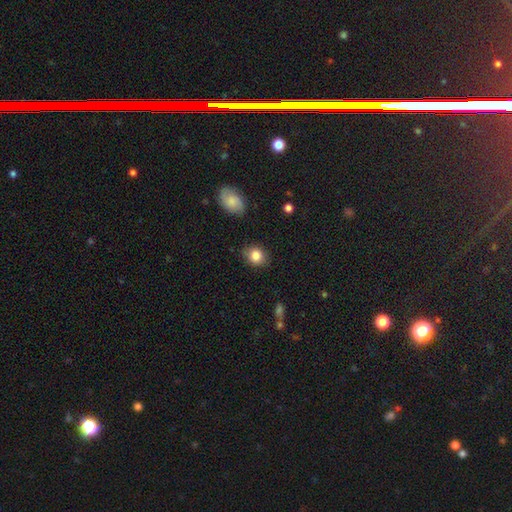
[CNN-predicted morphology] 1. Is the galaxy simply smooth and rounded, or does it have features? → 84% smooth, 9% star or artifact, 7% featured or disk.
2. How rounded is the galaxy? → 62% round, 36% in between, 1% cigar-shaped.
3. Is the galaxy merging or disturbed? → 81% none, 15% minor disturbance, 3% major disturbance, 2% merger.